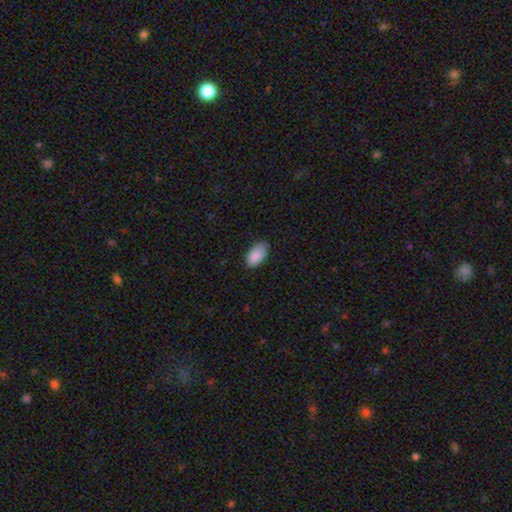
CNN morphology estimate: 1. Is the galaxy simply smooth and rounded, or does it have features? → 89% smooth, 7% star or artifact, 4% featured or disk.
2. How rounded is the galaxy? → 95% in between, 3% round, 3% cigar-shaped.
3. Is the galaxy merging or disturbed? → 77% none, 19% minor disturbance, 3% major disturbance, 1% merger.